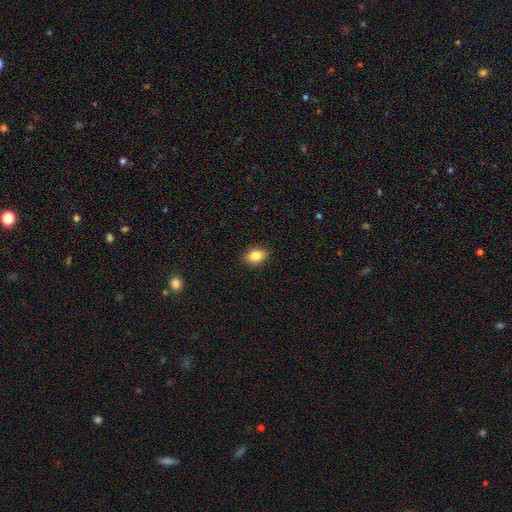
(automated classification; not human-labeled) Smooth or featured?
  - smooth: 85% *
  - star or artifact: 9%
  - featured or disk: 6%
How rounded?
  - in between: 73% *
  - round: 26%
  - cigar-shaped: 1%
Merging?
  - none: 88% *
  - minor disturbance: 9%
  - major disturbance: 2%
  - merger: 1%